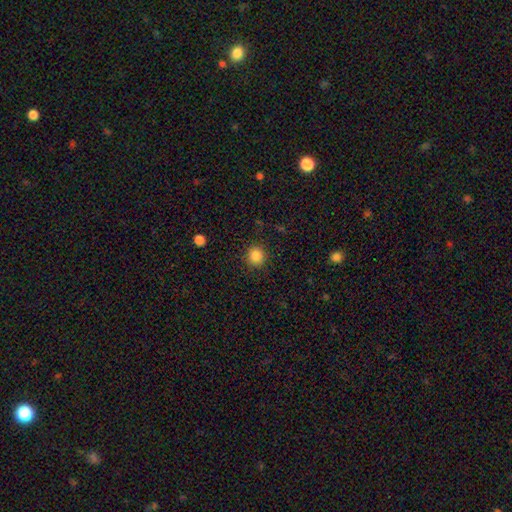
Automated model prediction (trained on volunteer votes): smooth_or_featured: smooth (p=0.86) [alt: star or artifact p=0.11]
how_rounded: round (p=0.92) [alt: in between p=0.07]
merging: none (p=0.90) [alt: minor disturbance p=0.06]